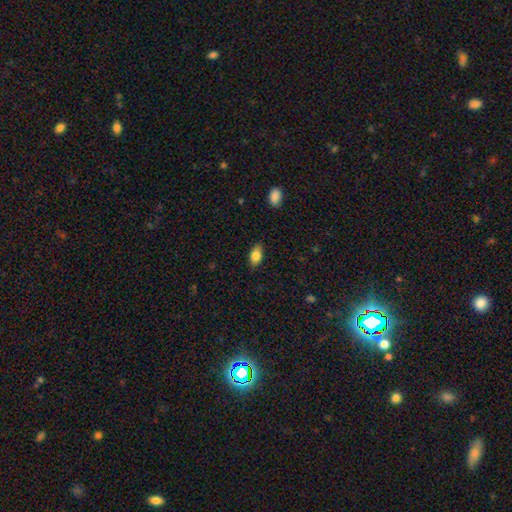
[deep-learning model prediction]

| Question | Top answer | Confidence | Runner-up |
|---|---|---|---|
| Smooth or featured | smooth | 82% | featured or disk (10%) |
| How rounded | in between | 89% | round (7%) |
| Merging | none | 84% | minor disturbance (12%) |